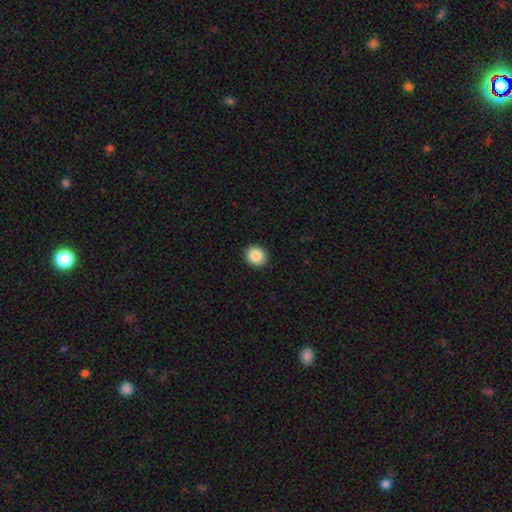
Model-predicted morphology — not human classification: A smooth galaxy with no disk features (88%) that is round (70%). Merging: none (91%).